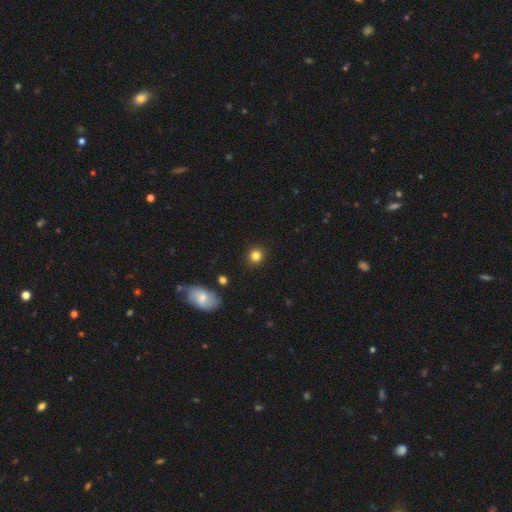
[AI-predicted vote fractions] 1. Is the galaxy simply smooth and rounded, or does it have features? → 84% smooth, 11% star or artifact, 5% featured or disk.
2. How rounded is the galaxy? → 88% round, 11% in between, 1% cigar-shaped.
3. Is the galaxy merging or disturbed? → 91% none, 6% minor disturbance, 2% major disturbance, 2% merger.